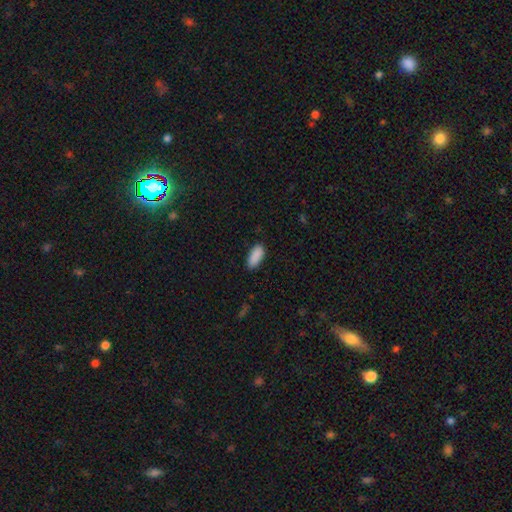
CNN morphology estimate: Smooth or featured?
  - smooth: 90% *
  - star or artifact: 7%
  - featured or disk: 3%
How rounded?
  - in between: 87% *
  - cigar-shaped: 11%
  - round: 2%
Merging?
  - none: 86% *
  - minor disturbance: 11%
  - major disturbance: 2%
  - merger: 1%